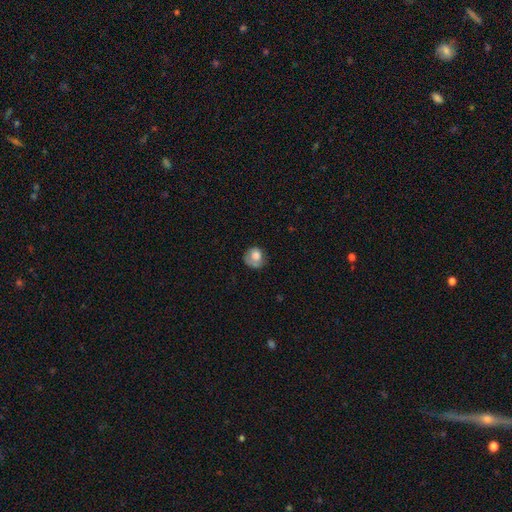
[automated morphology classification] Smooth or featured? smooth (71%)
How rounded? round (74%)
Merging? none (47%)